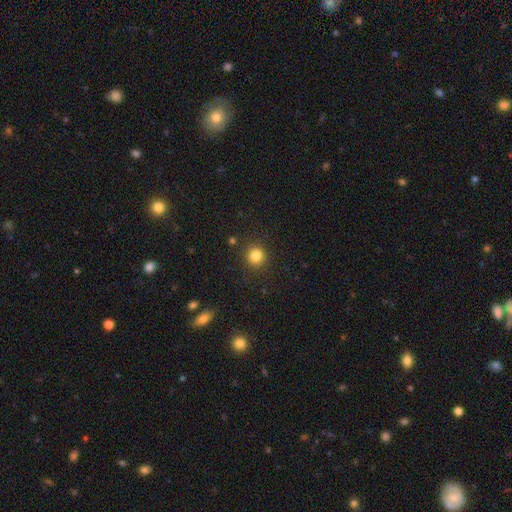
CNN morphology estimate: type=smooth (84%); roundness=round (85%); merging=none (86%).